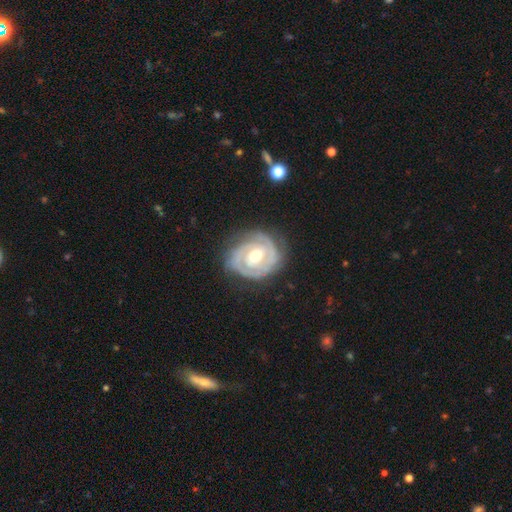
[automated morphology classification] smooth-or-featured: featured or disk: 88% | smooth: 8% | star or artifact: 4%
  disk-edge-on: no: 97% | yes: 3%
    bar: no: 46% | weak: 40% | strong: 15%
    has-spiral-arms: yes: 95% | no: 5%
      spiral-winding: tight: 78% | medium: 18% | loose: 4%
      spiral-arm-count: 2: 54% | 3: 18% | can't tell: 16% | 1: 5% | 4: 3% | more than 4: 3%
    bulge-size: moderate: 75% | small: 17% | large: 6% | none: 1% | dominant: 1%
  merging: none: 77% | minor disturbance: 17% | major disturbance: 5% | merger: 1%